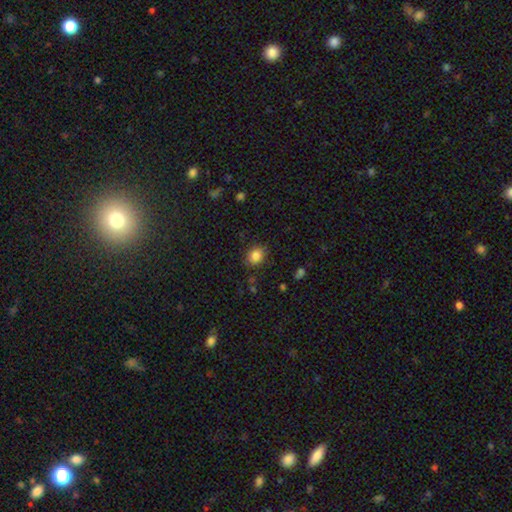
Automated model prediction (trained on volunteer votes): Smooth or featured?
  - smooth: 84% *
  - star or artifact: 10%
  - featured or disk: 5%
How rounded?
  - round: 54% *
  - in between: 45%
  - cigar-shaped: 1%
Merging?
  - none: 84% *
  - minor disturbance: 12%
  - major disturbance: 3%
  - merger: 2%